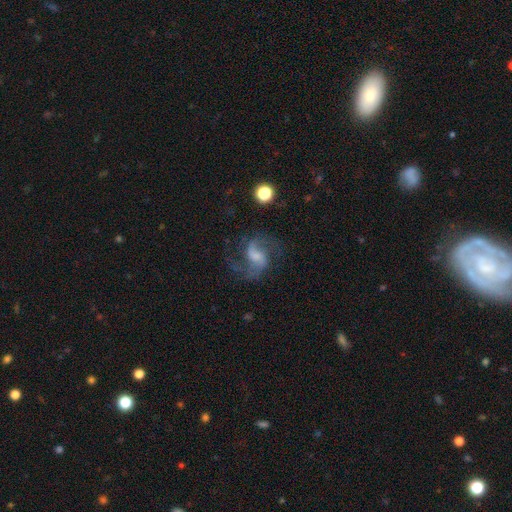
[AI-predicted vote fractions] Q: Smooth or featured?
A: featured or disk (83%); runner-up: smooth (9%)
Q: Edge-on disk?
A: no (98%); runner-up: yes (2%)
Q: Bar?
A: weak (53%); runner-up: no (28%)
Q: Spiral arms?
A: yes (96%); runner-up: no (4%)
Q: Spiral winding?
A: medium (48%); runner-up: loose (42%)
Q: Spiral arm count?
A: 2 (86%); runner-up: can't tell (4%)
Q: Bulge size?
A: small (33%); runner-up: moderate (30%)
Q: Merging?
A: none (69%); runner-up: minor disturbance (15%)